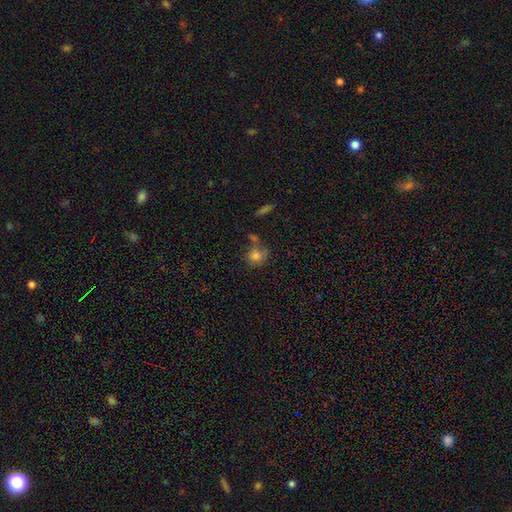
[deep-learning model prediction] Smooth or featured?
  - smooth: 74% *
  - featured or disk: 14%
  - star or artifact: 12%
How rounded?
  - round: 65% *
  - in between: 33%
  - cigar-shaped: 2%
Merging?
  - none: 47% *
  - merger: 24%
  - minor disturbance: 19%
  - major disturbance: 10%